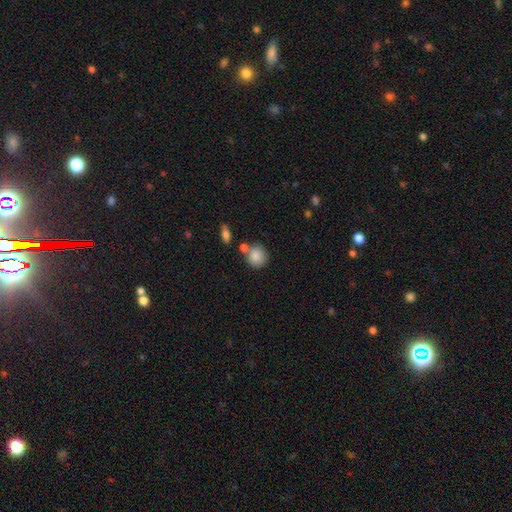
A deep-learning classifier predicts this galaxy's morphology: smooth-or-featured: smooth: 85% | star or artifact: 8% | featured or disk: 7%
  how-rounded: round: 85% | in between: 14% | cigar-shaped: 1%
  merging: none: 65% | merger: 18% | minor disturbance: 13% | major disturbance: 4%